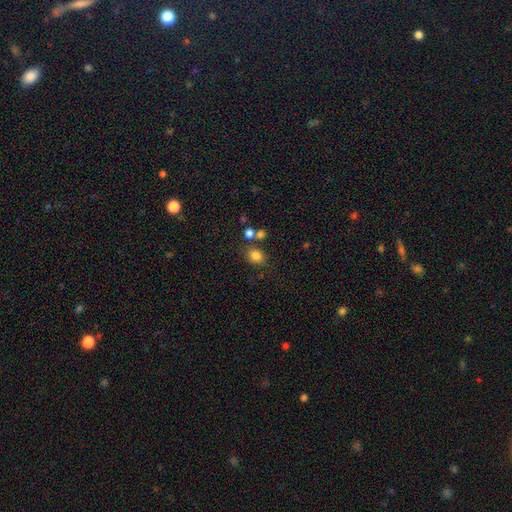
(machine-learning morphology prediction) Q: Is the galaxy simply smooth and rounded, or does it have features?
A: smooth — 82%.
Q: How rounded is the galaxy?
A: round — 57%.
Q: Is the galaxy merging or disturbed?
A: none — 70%.